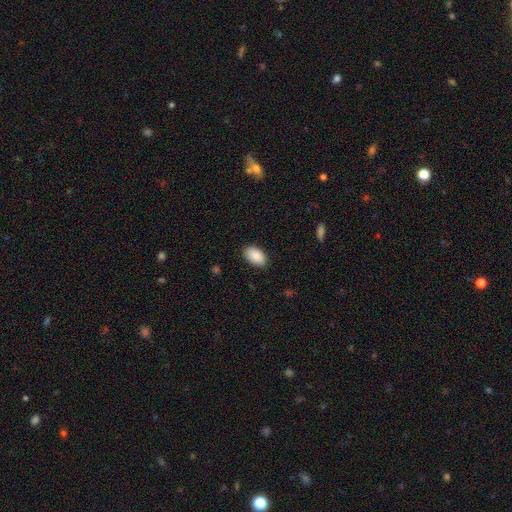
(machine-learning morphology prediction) The model was most divided on "merging": none: 87%, minor disturbance: 10%, major disturbance: 2%, merger: 1%. More confident: how rounded — in between (94%); smooth or featured — smooth (89%).